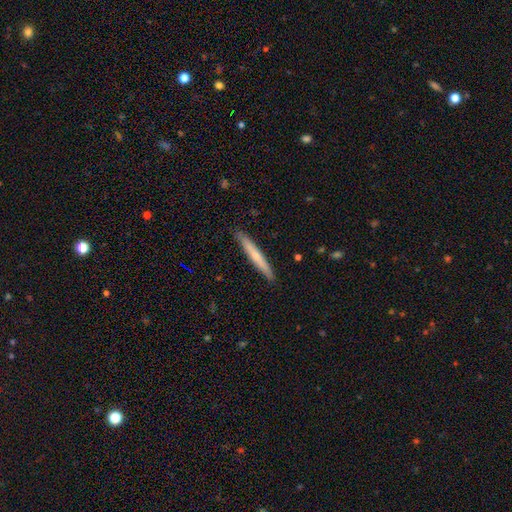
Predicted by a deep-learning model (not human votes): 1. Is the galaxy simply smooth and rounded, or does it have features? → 56% smooth, 39% featured or disk, 5% star or artifact.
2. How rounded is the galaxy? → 96% cigar-shaped, 3% in between, 1% round.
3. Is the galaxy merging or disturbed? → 90% none, 7% minor disturbance, 1% major disturbance, 1% merger.